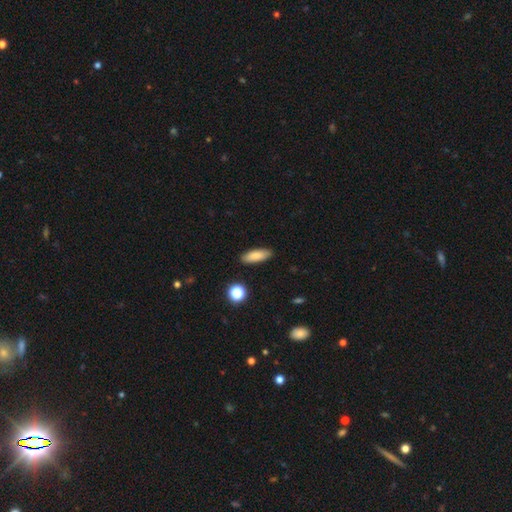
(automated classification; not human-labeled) This appears to be a smooth galaxy with no disk features (85%) that is in between round and cigar-shaped (63%). Merging: none (88%).